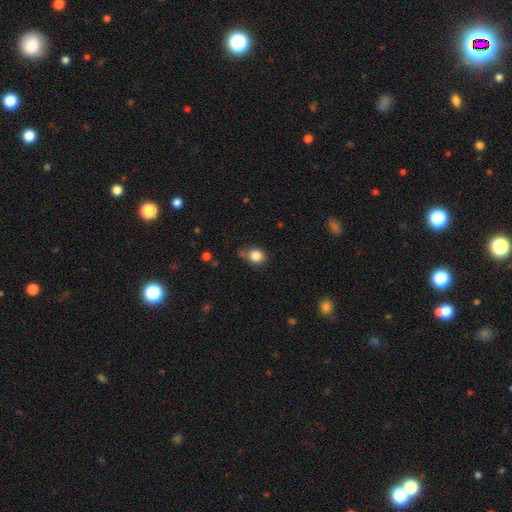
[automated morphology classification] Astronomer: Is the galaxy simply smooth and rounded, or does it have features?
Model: smooth — 84%.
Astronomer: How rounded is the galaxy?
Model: round — 64%.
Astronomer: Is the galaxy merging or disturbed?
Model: none — 55% (runner-up: minor disturbance, 31%).